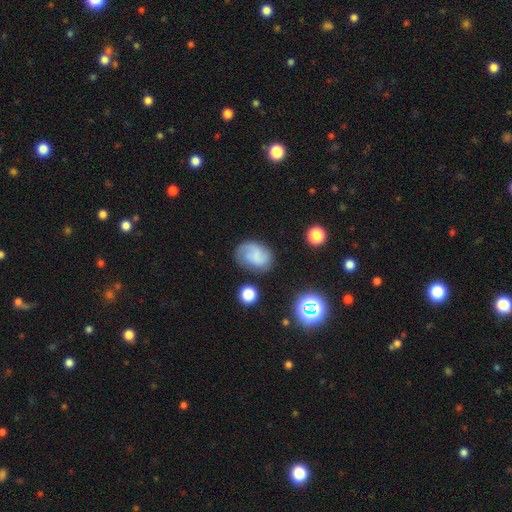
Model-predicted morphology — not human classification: Smooth or featured: featured or disk — 57% (smooth — 33%)
Edge-on disk: no — 98% (yes — 2%)
Bar: no — 55% (weak — 37%)
Spiral arms: yes — 91% (no — 9%)
Spiral winding: medium — 44% (tight — 28%)
Spiral arm count: 2 — 62% (1 — 14%)
Bulge size: none — 54% (small — 28%)
Merging: none — 69% (minor disturbance — 19%)